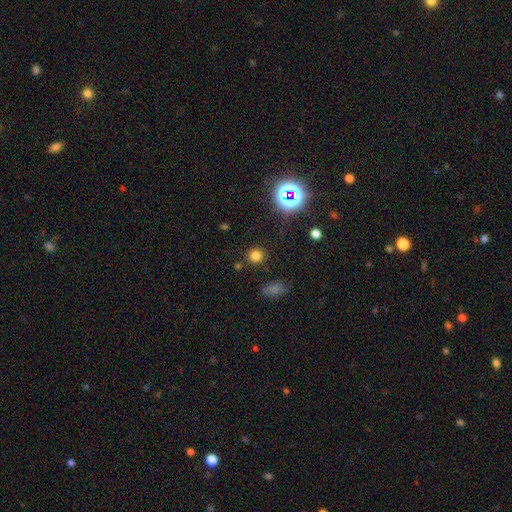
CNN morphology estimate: A smooth galaxy with no disk features (73%) that is round (89%). Merging: none (86%).